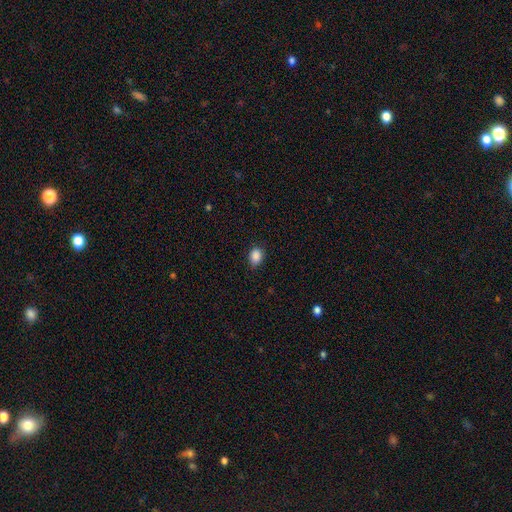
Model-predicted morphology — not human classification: Smooth or featured: smooth — 88% (star or artifact — 9%)
How rounded: in between — 73% (round — 26%)
Merging: none — 82% (minor disturbance — 14%)